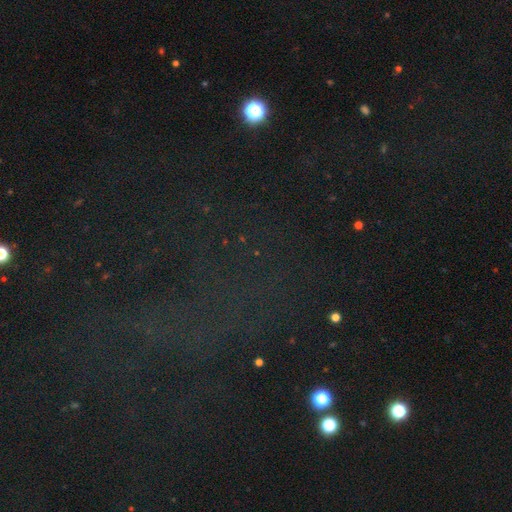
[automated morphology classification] Smooth or featured?
  - star or artifact: 69% *
  - smooth: 17%
  - featured or disk: 14%